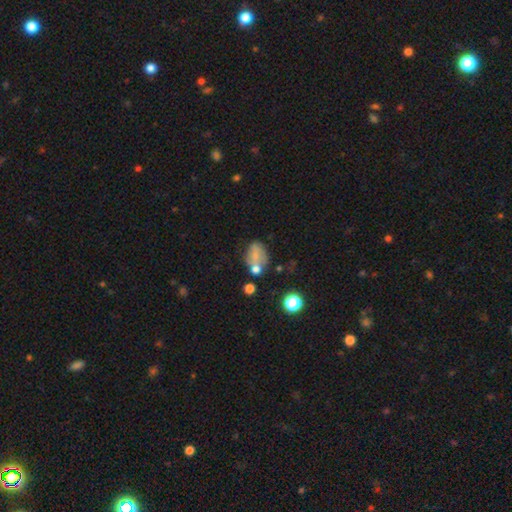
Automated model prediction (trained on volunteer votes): Morphology: type=smooth (63%); roundness=in between (73%); merging=none (45%).